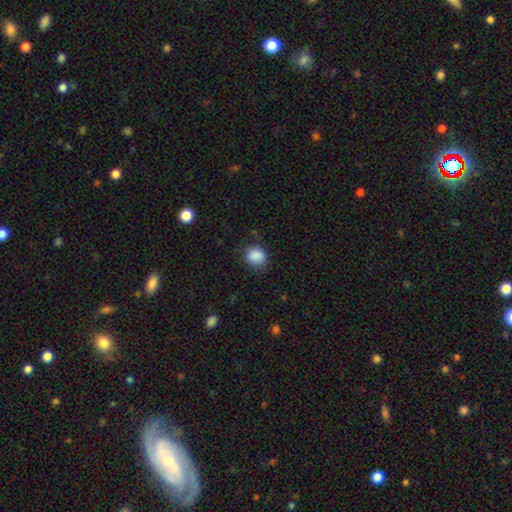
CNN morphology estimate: This appears to be a smooth galaxy with no disk features (88%) that is round (69%). Merging: none (77%).